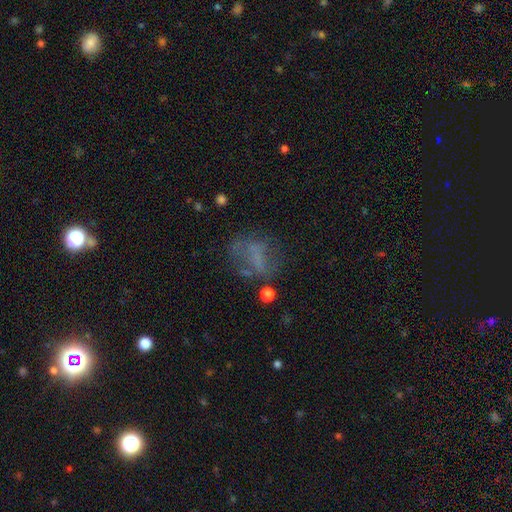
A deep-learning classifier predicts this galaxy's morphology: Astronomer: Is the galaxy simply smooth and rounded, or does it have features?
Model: smooth — 42% (runner-up: featured or disk, 37%).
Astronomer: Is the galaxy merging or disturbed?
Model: none — 49% (runner-up: major disturbance, 25%).